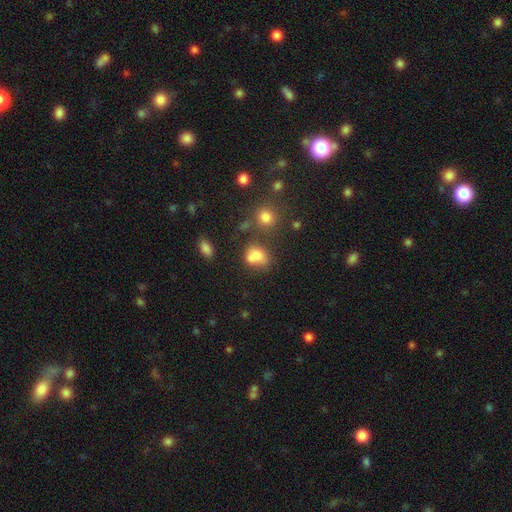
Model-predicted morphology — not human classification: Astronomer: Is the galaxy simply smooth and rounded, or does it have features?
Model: smooth — 74%.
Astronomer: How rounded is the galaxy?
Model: in between — 54% (runner-up: round, 44%).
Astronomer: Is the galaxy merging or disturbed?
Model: merger — 39% (runner-up: none, 33%).